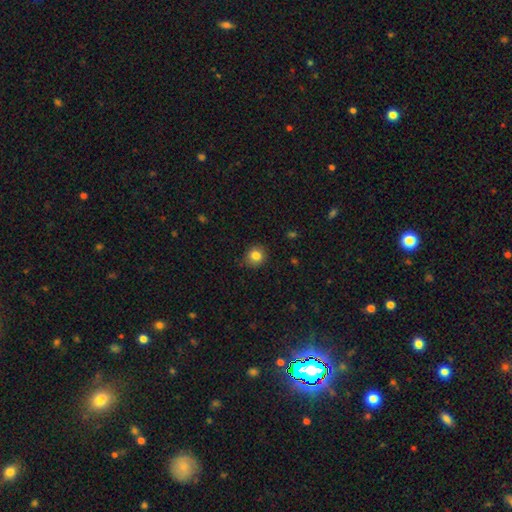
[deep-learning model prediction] Smooth or featured? Predicted: smooth (p=0.83). How rounded? Predicted: round (p=0.85). Merging? Predicted: none (p=0.87).